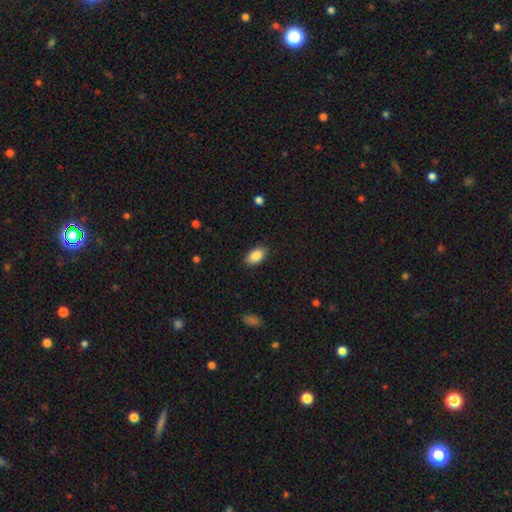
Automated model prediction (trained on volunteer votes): Morphology: type=smooth (88%); roundness=in between (93%); merging=none (88%).